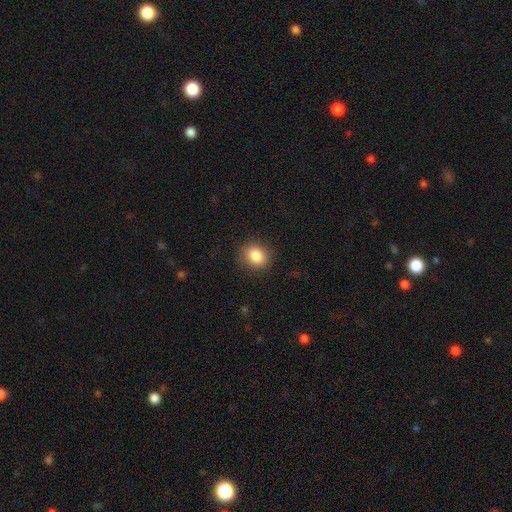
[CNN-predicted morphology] smooth 86%, star or artifact 9%, featured or disk 5%. Down the decision tree: how rounded — round (65%); merging — none (86%).